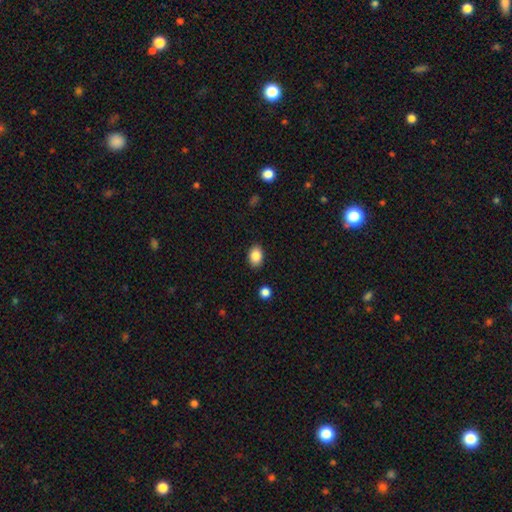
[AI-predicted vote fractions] Q: Smooth or featured?
A: smooth (87%); runner-up: star or artifact (8%)
Q: How rounded?
A: in between (80%); runner-up: round (19%)
Q: Merging?
A: none (87%); runner-up: minor disturbance (9%)